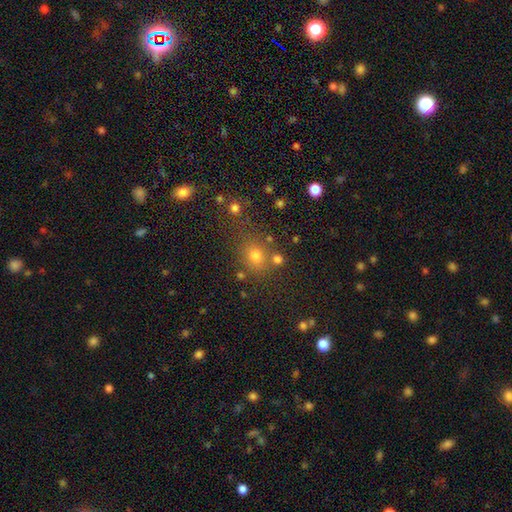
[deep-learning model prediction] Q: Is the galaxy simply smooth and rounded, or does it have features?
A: smooth — 68%.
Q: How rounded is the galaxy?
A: round — 68%.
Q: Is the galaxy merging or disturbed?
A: none — 71%.